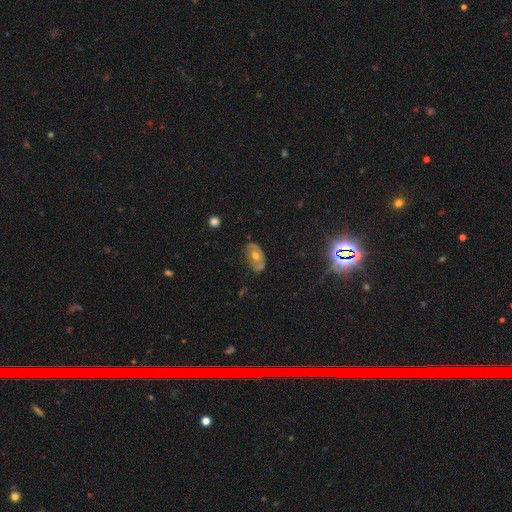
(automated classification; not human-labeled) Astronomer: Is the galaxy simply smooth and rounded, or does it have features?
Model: smooth — 44% (runner-up: featured or disk, 43%).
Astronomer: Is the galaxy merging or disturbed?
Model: none — 56%.